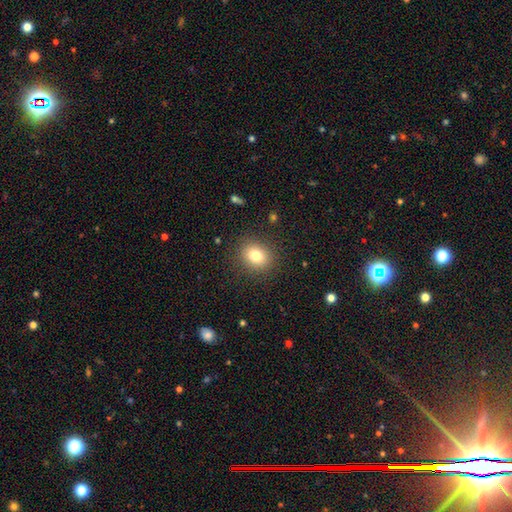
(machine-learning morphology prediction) Smooth or featured? Predicted: smooth (p=0.79). How rounded? Predicted: round (p=0.64). Merging? Predicted: none (p=0.88).